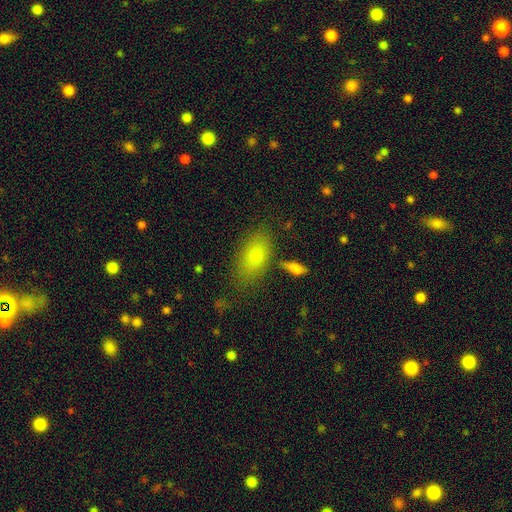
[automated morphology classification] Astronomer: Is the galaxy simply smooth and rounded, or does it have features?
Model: smooth — 76%.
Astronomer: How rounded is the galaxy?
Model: in between — 88%.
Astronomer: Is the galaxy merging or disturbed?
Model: none — 71%.